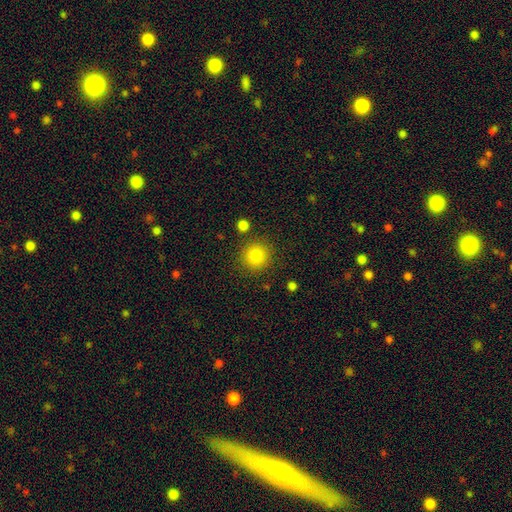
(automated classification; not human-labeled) This is clearly a smooth galaxy (84%). How rounded: clearly round (93%). Merging: clearly none (87%).